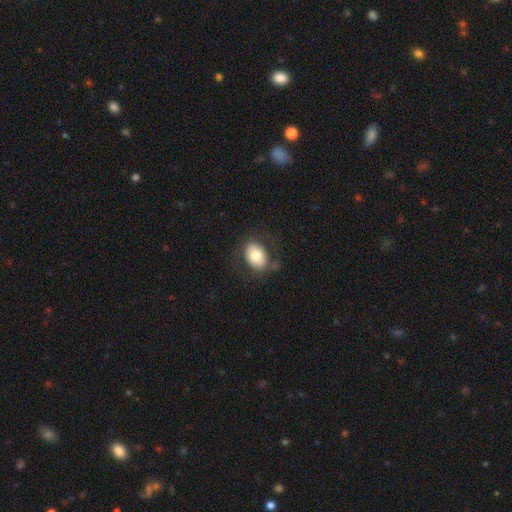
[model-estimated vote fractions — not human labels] Smooth or featured? Predicted: smooth (p=0.74). How rounded? Predicted: in between (p=0.77). Merging? Predicted: none (p=0.76).